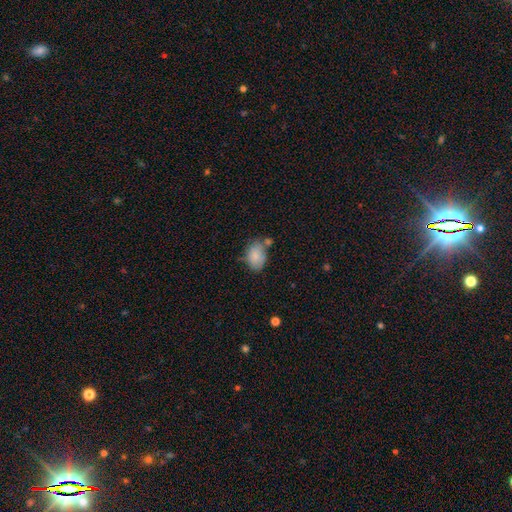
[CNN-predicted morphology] Smooth or featured: smooth — 84% (featured or disk — 9%)
How rounded: in between — 86% (round — 13%)
Merging: none — 54% (minor disturbance — 24%)